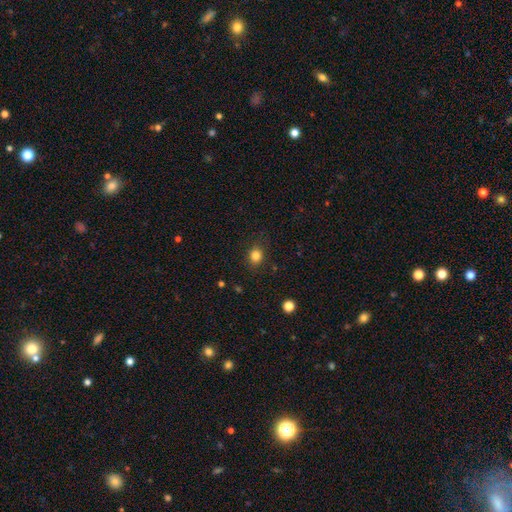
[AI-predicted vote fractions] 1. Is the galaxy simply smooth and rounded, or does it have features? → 82% smooth, 13% star or artifact, 5% featured or disk.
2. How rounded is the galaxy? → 71% round, 28% in between, 1% cigar-shaped.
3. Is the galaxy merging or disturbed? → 84% none, 11% minor disturbance, 3% major disturbance, 1% merger.